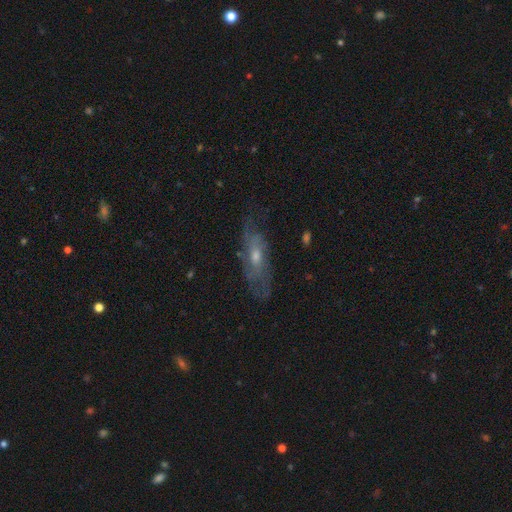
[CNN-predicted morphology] Smooth or featured?
  - featured or disk: 65% *
  - smooth: 26%
  - star or artifact: 8%
Edge-on disk?
  - no: 77% *
  - yes: 23%
Bar?
  - no: 71% *
  - weak: 24%
  - strong: 5%
Spiral arms?
  - yes: 75% *
  - no: 25%
Bulge size?
  - moderate: 55% *
  - small: 38%
  - large: 3%
  - none: 2%
  - dominant: 1%
Merging?
  - none: 65% *
  - minor disturbance: 22%
  - major disturbance: 11%
  - merger: 2%